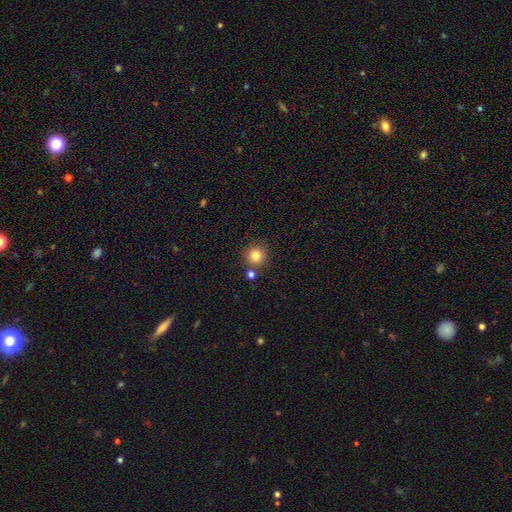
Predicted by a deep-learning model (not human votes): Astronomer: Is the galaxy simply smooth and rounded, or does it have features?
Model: smooth — 82%.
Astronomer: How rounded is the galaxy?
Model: round — 94%.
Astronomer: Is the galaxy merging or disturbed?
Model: none — 78%.